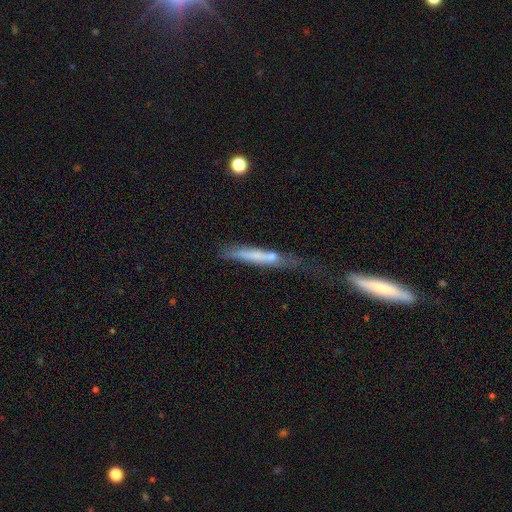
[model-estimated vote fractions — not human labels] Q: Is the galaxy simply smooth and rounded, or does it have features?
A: smooth — 56%.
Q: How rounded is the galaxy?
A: cigar-shaped — 93%.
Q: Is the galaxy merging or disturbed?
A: none — 41%.